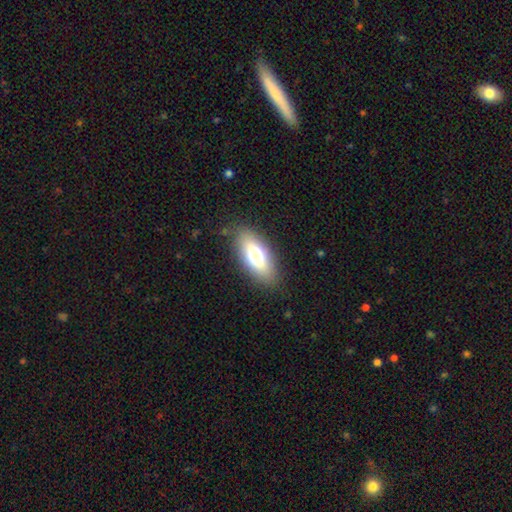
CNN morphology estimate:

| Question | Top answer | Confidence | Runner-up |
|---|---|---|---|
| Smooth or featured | smooth | 70% | featured or disk (22%) |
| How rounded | in between | 83% | cigar-shaped (14%) |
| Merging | none | 84% | minor disturbance (11%) |